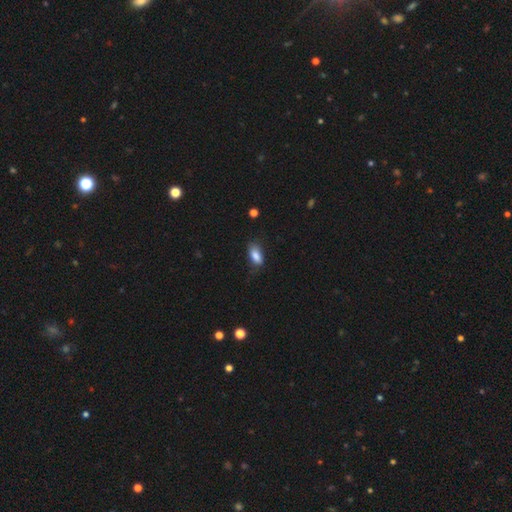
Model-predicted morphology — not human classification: smooth_or_featured: smooth (p=0.85) [alt: star or artifact p=0.08]
how_rounded: in between (p=0.89) [alt: cigar-shaped p=0.07]
merging: none (p=0.67) [alt: minor disturbance p=0.25]